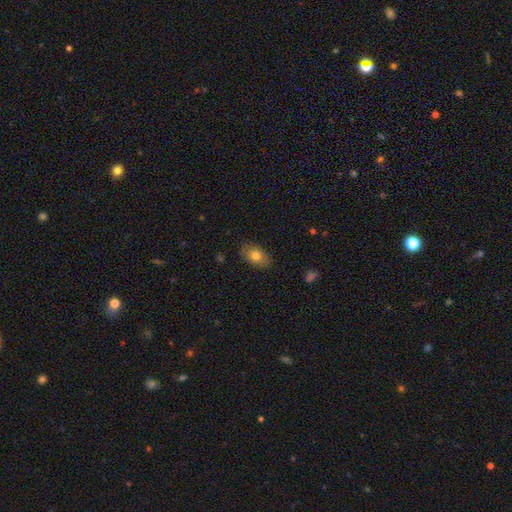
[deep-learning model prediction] Smooth or featured: smooth — 78% (featured or disk — 14%)
How rounded: in between — 87% (round — 11%)
Merging: none — 84% (minor disturbance — 12%)